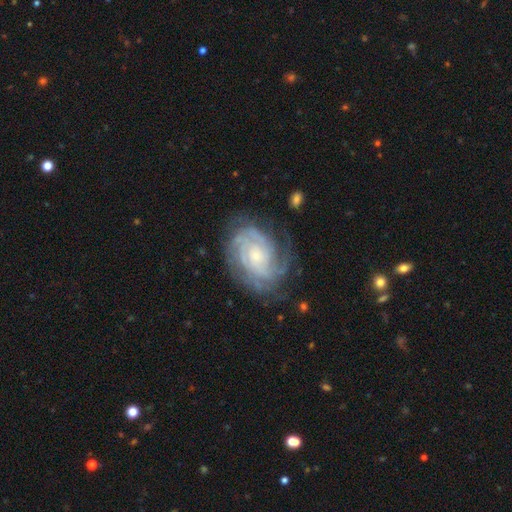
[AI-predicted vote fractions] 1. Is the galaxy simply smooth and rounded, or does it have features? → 87% featured or disk, 7% smooth, 6% star or artifact.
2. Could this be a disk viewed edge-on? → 97% no, 3% yes.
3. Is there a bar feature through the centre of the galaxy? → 70% no, 25% weak, 5% strong.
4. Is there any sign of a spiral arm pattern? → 97% yes, 3% no.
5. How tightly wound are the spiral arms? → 70% tight, 26% medium, 5% loose.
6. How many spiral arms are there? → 29% can't tell, 23% 3, 20% 2, 15% 4, 7% more than 4, 6% 1.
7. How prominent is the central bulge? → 58% small, 34% moderate, 4% none, 4% large, 1% dominant.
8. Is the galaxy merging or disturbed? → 73% none, 18% minor disturbance, 8% major disturbance, 1% merger.